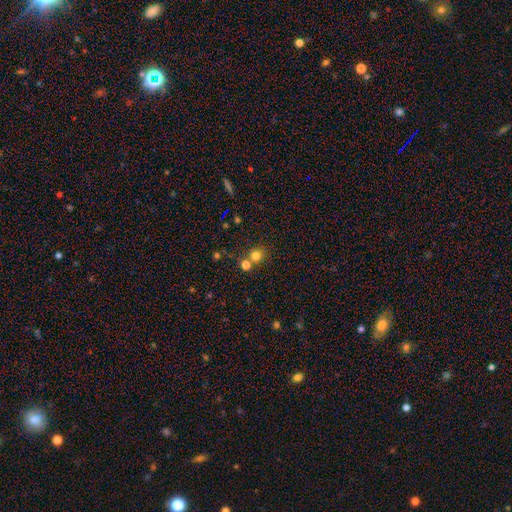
Morphology: type=smooth (87%); roundness=round (91%); merging=none (53%).